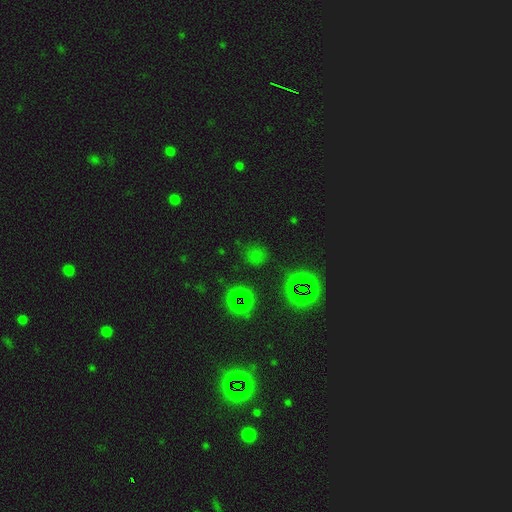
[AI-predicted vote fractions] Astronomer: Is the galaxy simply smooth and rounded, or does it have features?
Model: star or artifact — 48% (runner-up: smooth, 45%).